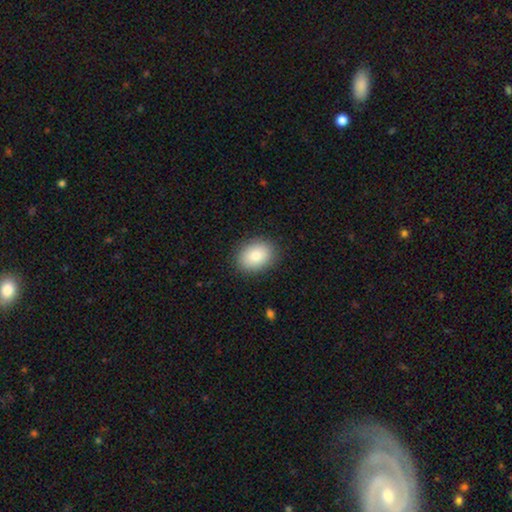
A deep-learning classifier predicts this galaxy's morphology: Smooth or featured? Predicted: smooth (p=0.85). How rounded? Predicted: in between (p=0.67). Merging? Predicted: none (p=0.88).